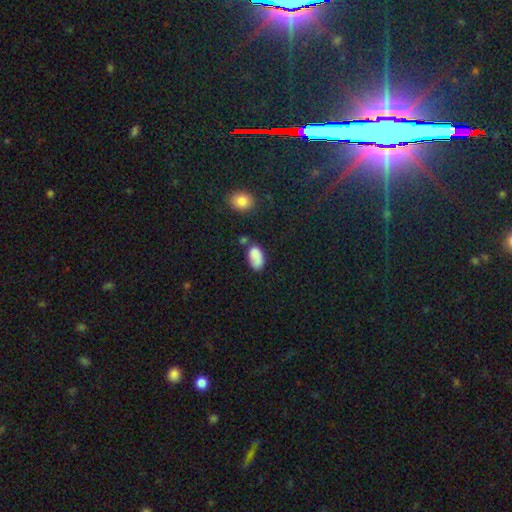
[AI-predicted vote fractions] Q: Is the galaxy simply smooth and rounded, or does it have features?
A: smooth — 84%.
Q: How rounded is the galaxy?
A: in between — 92%.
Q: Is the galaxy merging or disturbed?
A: none — 56%.